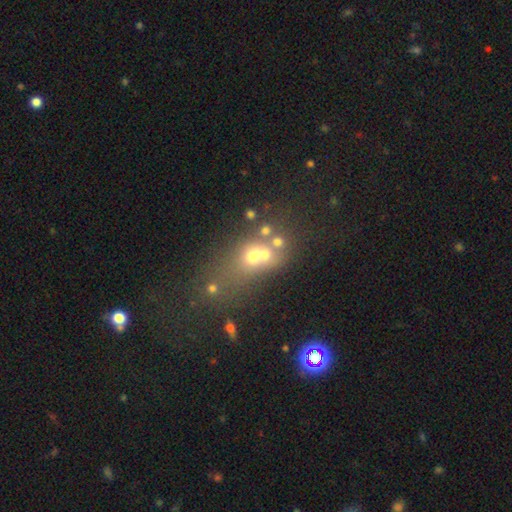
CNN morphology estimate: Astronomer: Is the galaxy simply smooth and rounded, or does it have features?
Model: smooth — 45% (runner-up: star or artifact, 28%).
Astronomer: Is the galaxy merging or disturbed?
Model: merger — 49% (runner-up: none, 27%).